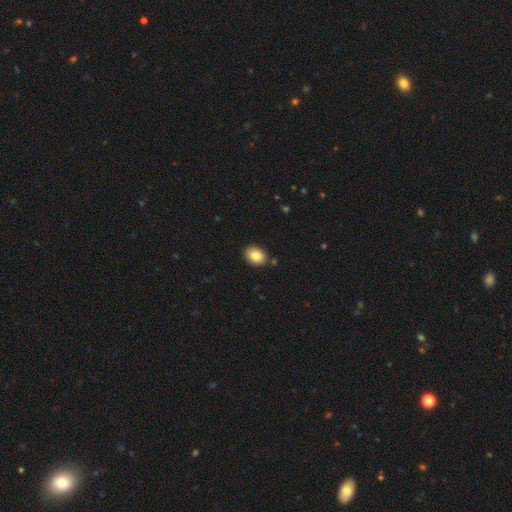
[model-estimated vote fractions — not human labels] Q: Smooth or featured?
A: smooth (84%); runner-up: star or artifact (8%)
Q: How rounded?
A: in between (65%); runner-up: round (34%)
Q: Merging?
A: none (86%); runner-up: minor disturbance (10%)